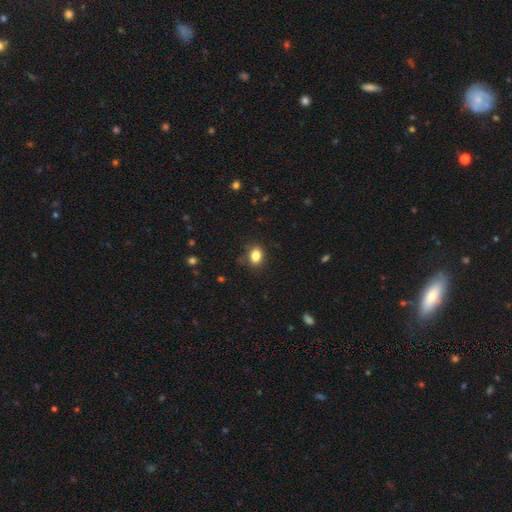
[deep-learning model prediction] Q: Smooth or featured?
A: smooth (84%); runner-up: star or artifact (10%)
Q: How rounded?
A: in between (69%); runner-up: round (30%)
Q: Merging?
A: none (81%); runner-up: minor disturbance (15%)